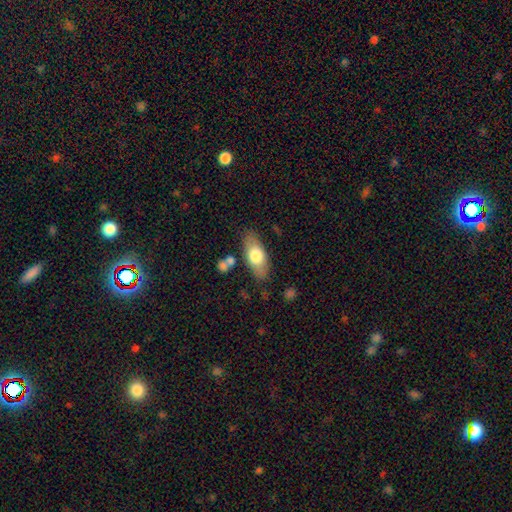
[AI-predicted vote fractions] Smooth or featured: smooth — 68% (featured or disk — 26%)
How rounded: in between — 83% (cigar-shaped — 14%)
Merging: none — 78% (minor disturbance — 14%)